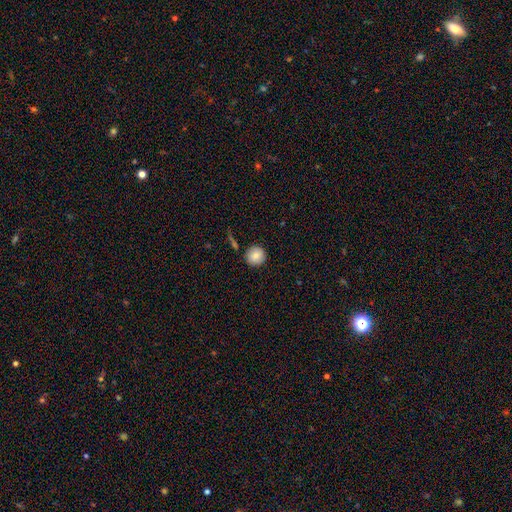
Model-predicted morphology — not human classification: Overall: smooth (84%). How rounded: round (95%). Merging: none (88%).